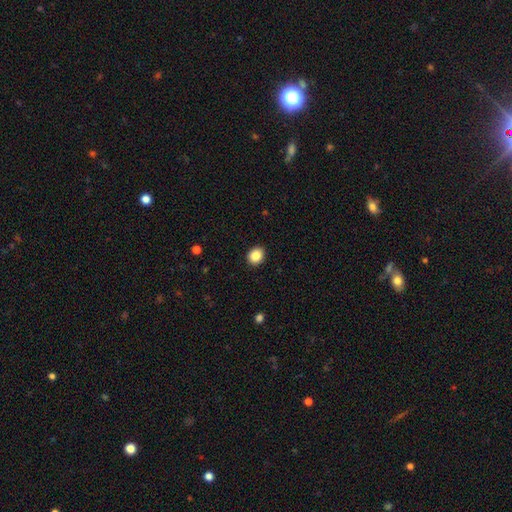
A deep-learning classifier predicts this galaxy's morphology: A smooth galaxy with no disk features (87%) that is round (68%). Merging: none (91%).